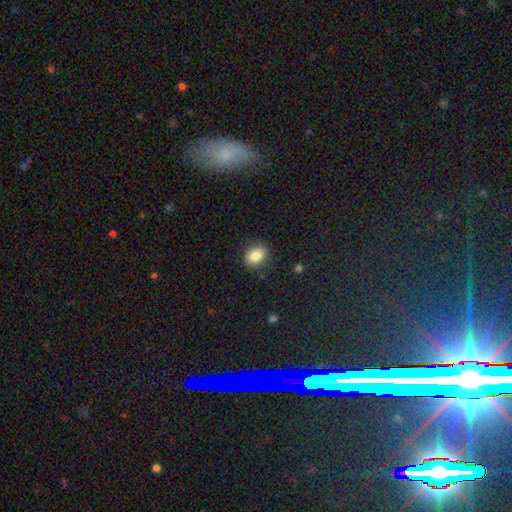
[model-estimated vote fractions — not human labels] Smooth or featured? smooth (83%)
How rounded? in between (64%)
Merging? none (85%)